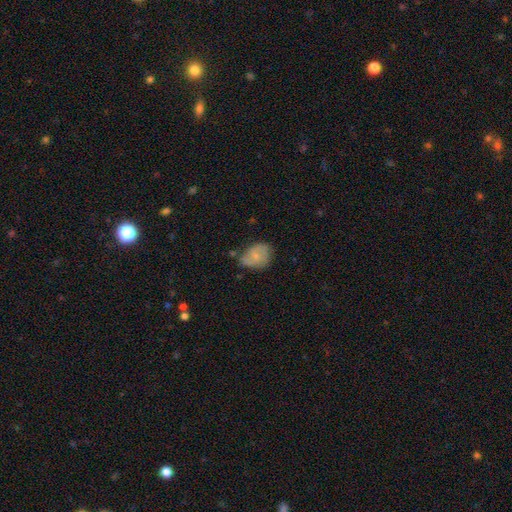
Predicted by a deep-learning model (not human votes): The model was most divided on "smooth or featured": smooth: 49%, featured or disk: 43%, star or artifact: 8%. More confident: merging — none (51%).